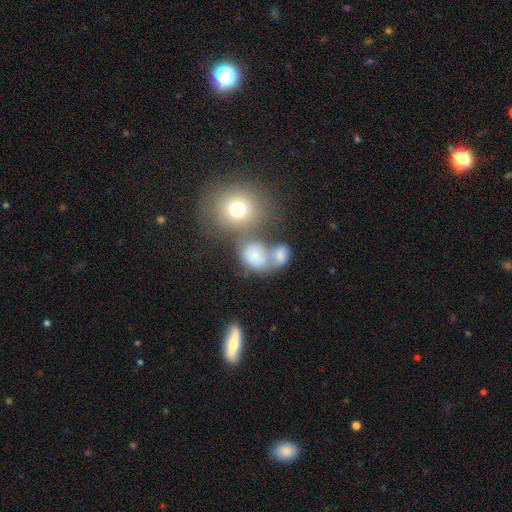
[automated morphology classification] smooth 66%, featured or disk 20%, star or artifact 14%. Down the decision tree: how rounded — round (56%); merging — merger (49%).